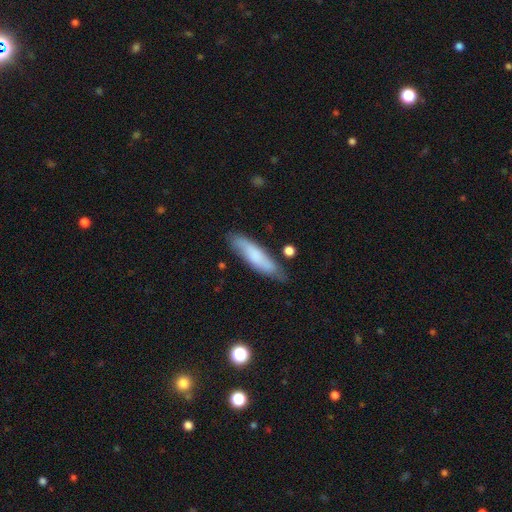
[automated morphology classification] Smooth or featured?
  - smooth: 69% *
  - featured or disk: 25%
  - star or artifact: 6%
How rounded?
  - cigar-shaped: 71% *
  - in between: 27%
  - round: 2%
Merging?
  - none: 75% *
  - minor disturbance: 19%
  - major disturbance: 3%
  - merger: 3%